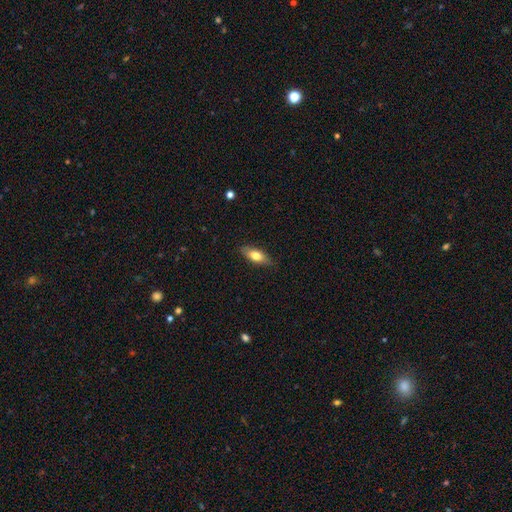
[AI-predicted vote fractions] This appears to be a smooth galaxy with no disk features (70%) that is in between round and cigar-shaped (72%). Merging: none (82%).